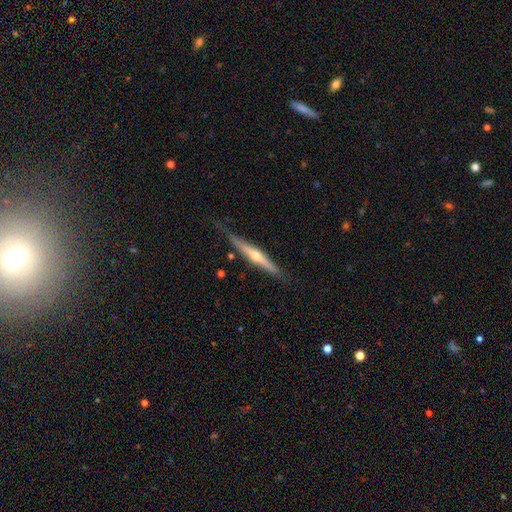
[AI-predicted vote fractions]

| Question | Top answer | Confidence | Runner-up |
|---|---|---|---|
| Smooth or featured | featured or disk | 71% | smooth (24%) |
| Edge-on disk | yes | 96% | no (4%) |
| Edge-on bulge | rounded | 88% | none (9%) |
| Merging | none | 76% | minor disturbance (18%) |